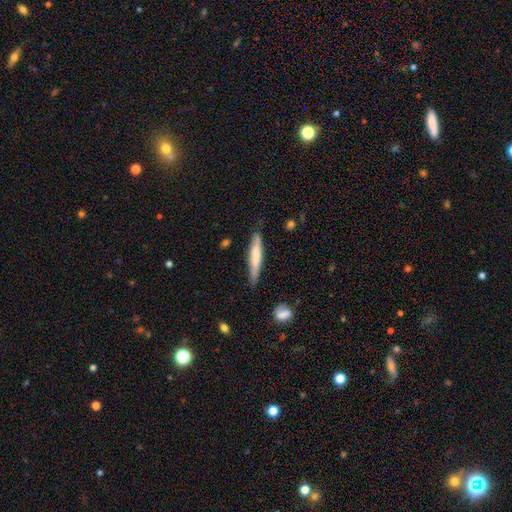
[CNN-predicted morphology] A smooth galaxy with no disk features (64%) that is cigar-shaped (91%).

Vote fractions:
- Smooth or featured? smooth: 64% / featured or disk: 31% / star or artifact: 6%
- How rounded? cigar-shaped: 91% / in between: 7% / round: 1%
- Merging? none: 78% / minor disturbance: 17% / major disturbance: 3% / merger: 2%